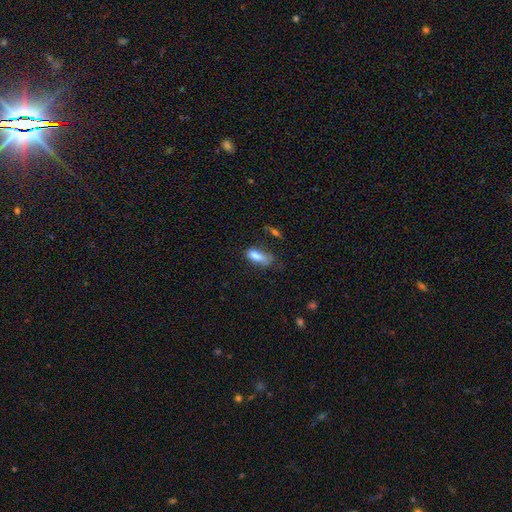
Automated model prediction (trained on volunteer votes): A smooth galaxy with no disk features (78%) that is in between round and cigar-shaped (75%).

Vote fractions:
- Smooth or featured? smooth: 78% / featured or disk: 13% / star or artifact: 9%
- How rounded? in between: 75% / cigar-shaped: 22% / round: 3%
- Merging? none: 35% / minor disturbance: 33% / major disturbance: 26% / merger: 6%